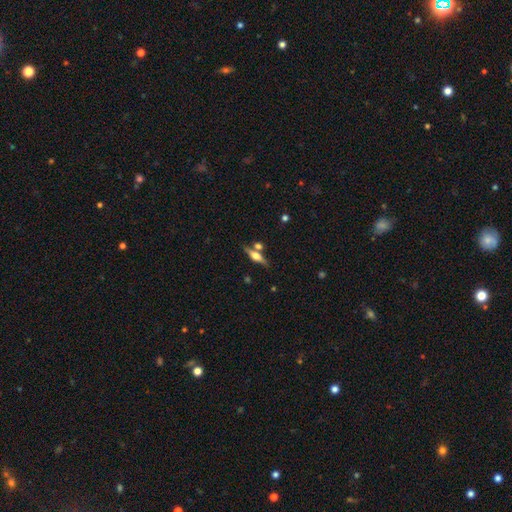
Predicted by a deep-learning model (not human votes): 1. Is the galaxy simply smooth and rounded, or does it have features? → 58% featured or disk, 35% smooth, 7% star or artifact.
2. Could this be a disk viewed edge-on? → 94% yes, 6% no.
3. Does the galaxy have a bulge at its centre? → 90% rounded, 7% boxy, 3% none.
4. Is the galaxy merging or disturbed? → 69% none, 16% merger, 12% minor disturbance, 3% major disturbance.